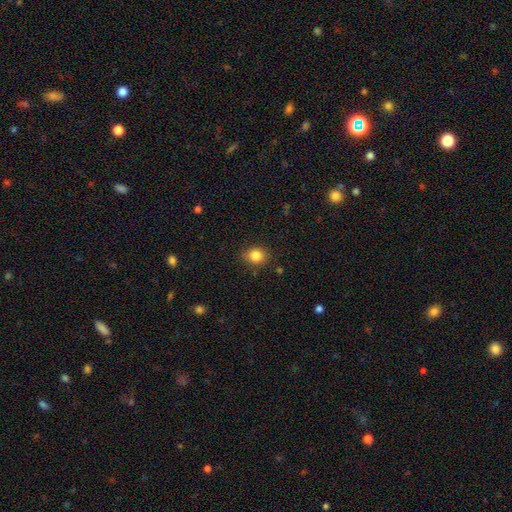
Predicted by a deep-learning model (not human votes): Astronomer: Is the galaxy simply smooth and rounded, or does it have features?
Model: smooth — 84%.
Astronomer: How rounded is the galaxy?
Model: round — 65%.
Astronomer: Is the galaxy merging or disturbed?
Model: none — 84%.